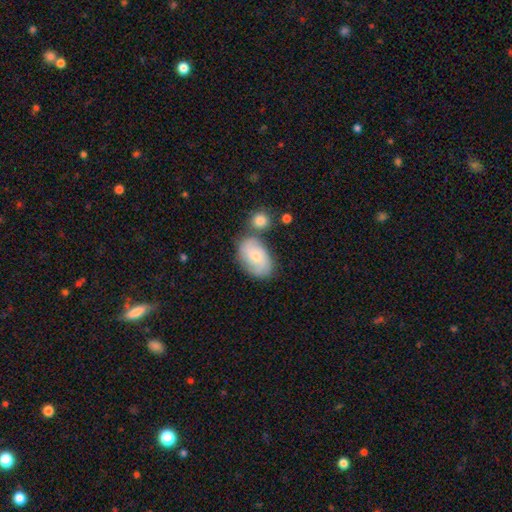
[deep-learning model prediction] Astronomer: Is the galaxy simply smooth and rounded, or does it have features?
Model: smooth — 53% (runner-up: featured or disk, 40%).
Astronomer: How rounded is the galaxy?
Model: in between — 86%.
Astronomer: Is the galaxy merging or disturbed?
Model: none — 59%.